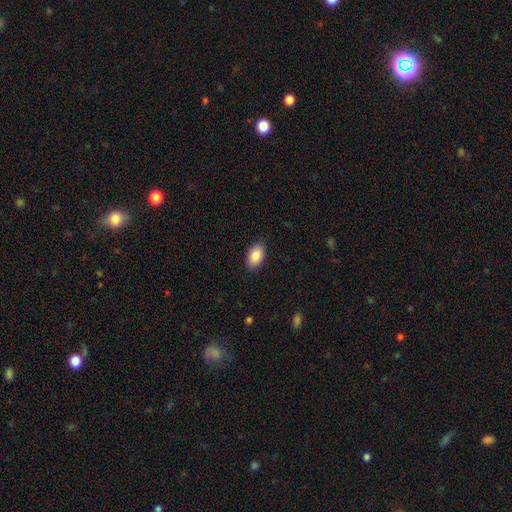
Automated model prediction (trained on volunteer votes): Smooth or featured?
  - smooth: 85% *
  - featured or disk: 8%
  - star or artifact: 7%
How rounded?
  - in between: 92% *
  - round: 7%
  - cigar-shaped: 1%
Merging?
  - none: 89% *
  - minor disturbance: 8%
  - major disturbance: 2%
  - merger: 1%